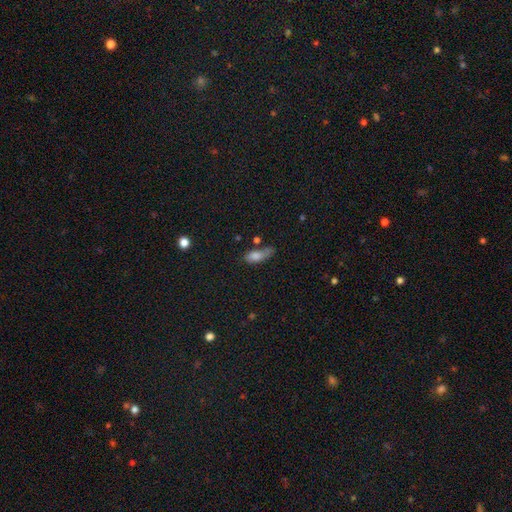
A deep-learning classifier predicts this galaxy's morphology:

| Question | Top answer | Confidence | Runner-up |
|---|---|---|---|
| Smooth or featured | smooth | 75% | featured or disk (15%) |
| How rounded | in between | 75% | cigar-shaped (21%) |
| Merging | none | 42% | minor disturbance (31%) |